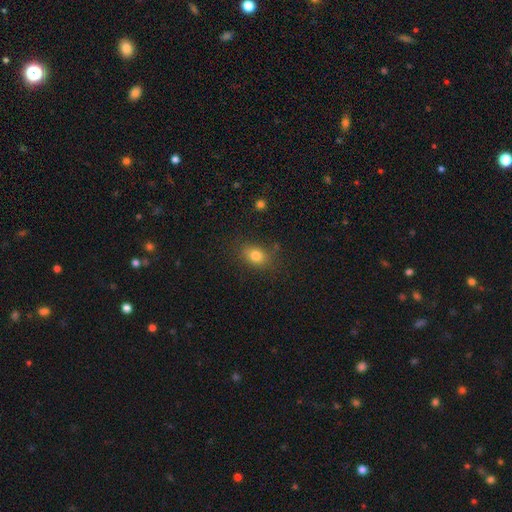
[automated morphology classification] Smooth or featured? smooth (80%)
How rounded? in between (73%)
Merging? none (77%)